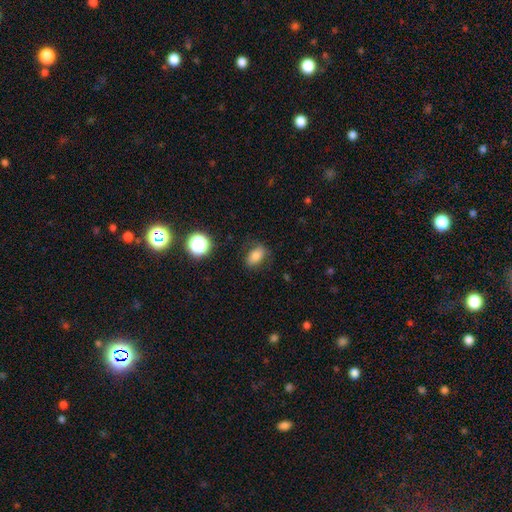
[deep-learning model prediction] The model was most divided on "merging": none: 76%, minor disturbance: 17%, major disturbance: 5%, merger: 1%. More confident: how rounded — in between (83%); smooth or featured — smooth (79%).